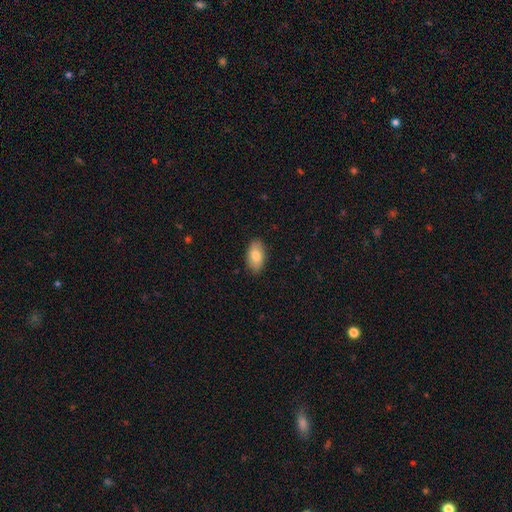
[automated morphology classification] Smooth or featured?
  - smooth: 80% *
  - featured or disk: 13%
  - star or artifact: 6%
How rounded?
  - in between: 94% *
  - round: 4%
  - cigar-shaped: 2%
Merging?
  - none: 87% *
  - minor disturbance: 10%
  - major disturbance: 2%
  - merger: 1%